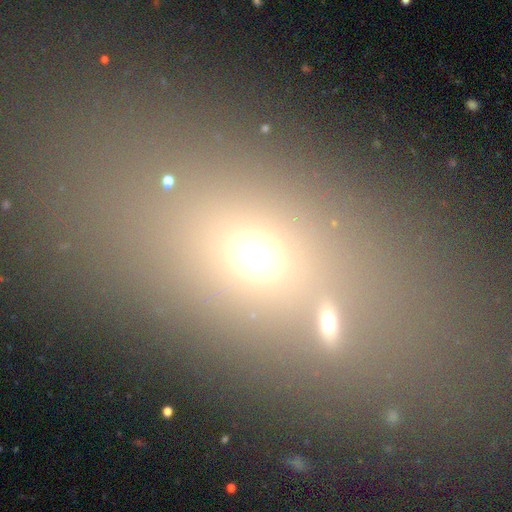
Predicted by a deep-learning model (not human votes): smooth_or_featured: smooth (p=0.65) [alt: star or artifact p=0.22]
how_rounded: in between (p=0.57) [alt: round p=0.38]
merging: none (p=0.52) [alt: merger p=0.31]